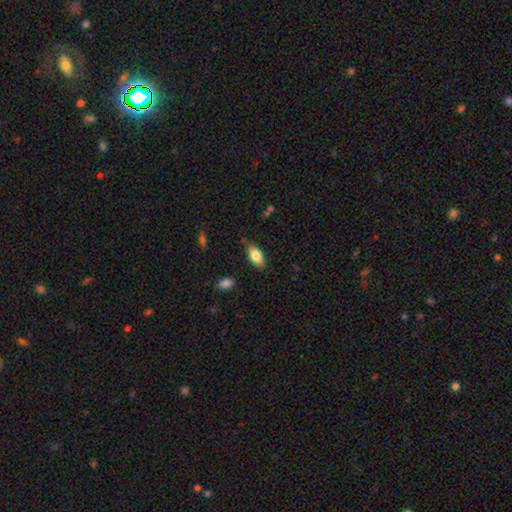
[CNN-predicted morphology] Smooth or featured? Predicted: smooth (p=0.80). How rounded? Predicted: in between (p=0.88). Merging? Predicted: none (p=0.80).